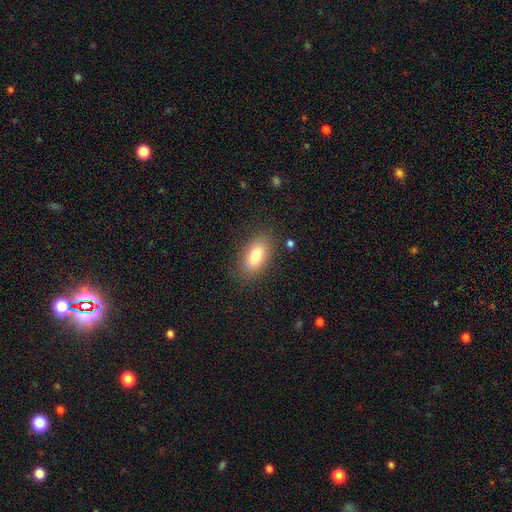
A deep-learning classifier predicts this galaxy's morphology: A smooth galaxy with no disk features (81%) that is in between round and cigar-shaped (88%). Merging: none (83%).